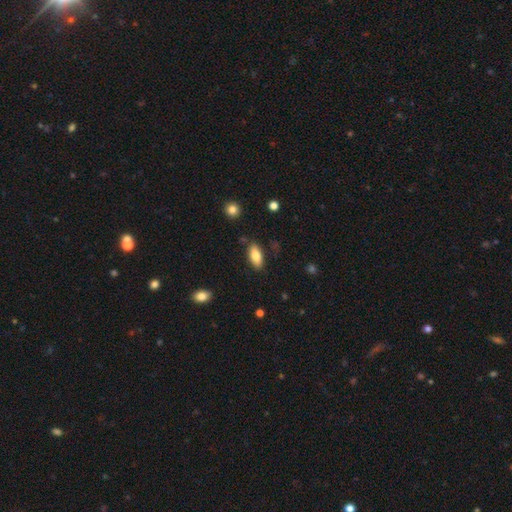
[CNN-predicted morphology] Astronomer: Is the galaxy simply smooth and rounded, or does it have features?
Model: smooth — 80%.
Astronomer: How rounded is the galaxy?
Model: in between — 86%.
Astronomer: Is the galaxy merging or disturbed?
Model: none — 84%.